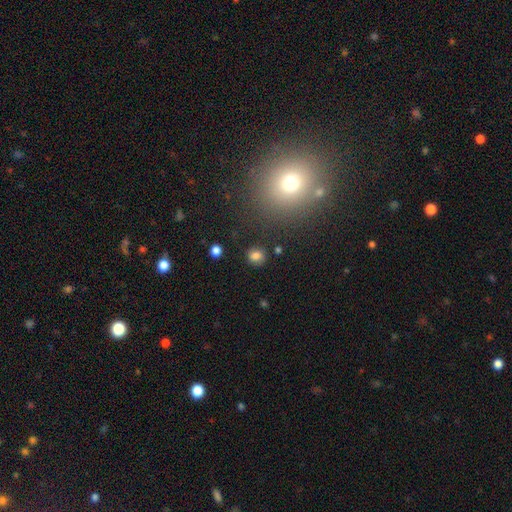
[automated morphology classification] This is likely a smooth galaxy (80%). How rounded: likely round (78%). Merging: clearly none (84%).